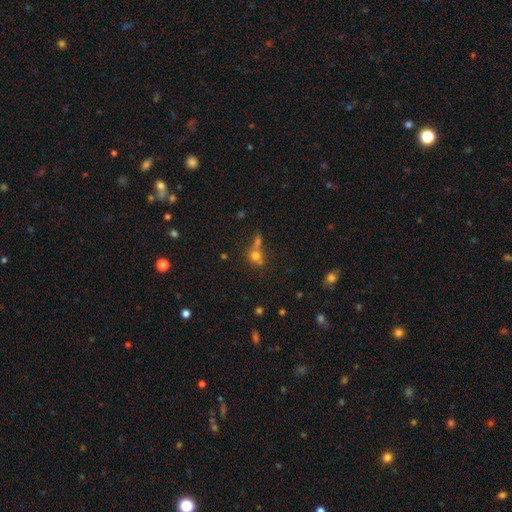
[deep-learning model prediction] Smooth or featured?
  - smooth: 70% *
  - star or artifact: 16%
  - featured or disk: 14%
How rounded?
  - round: 78% *
  - in between: 20%
  - cigar-shaped: 2%
Merging?
  - merger: 46% *
  - none: 38%
  - minor disturbance: 10%
  - major disturbance: 7%